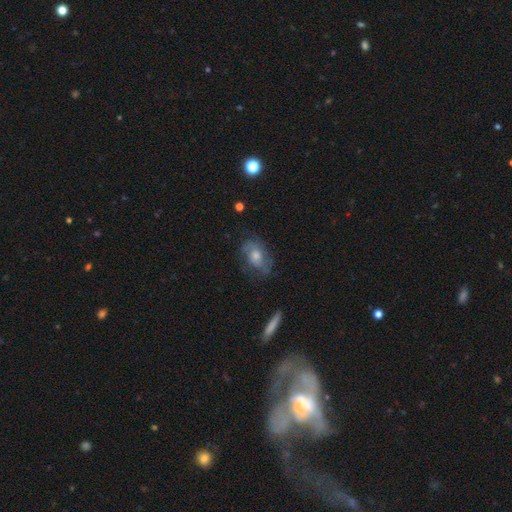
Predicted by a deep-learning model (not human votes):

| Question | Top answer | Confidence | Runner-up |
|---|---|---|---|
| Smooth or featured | featured or disk | 55% | smooth (34%) |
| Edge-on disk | no | 92% | yes (8%) |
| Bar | no | 75% | weak (21%) |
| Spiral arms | yes | 73% | no (27%) |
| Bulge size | moderate | 62% | small (21%) |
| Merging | none | 68% | minor disturbance (21%) |